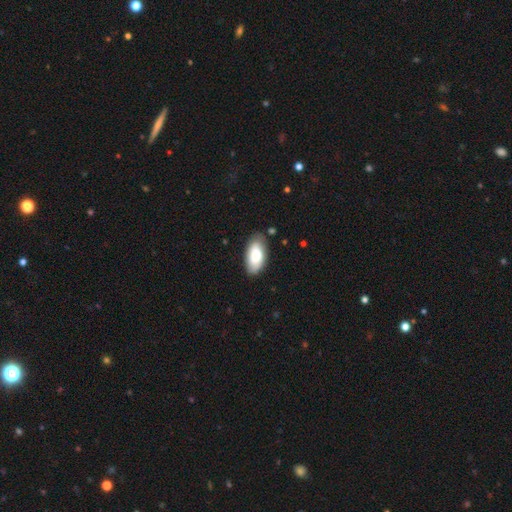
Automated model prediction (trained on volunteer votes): This is likely a smooth galaxy (74%). How rounded: clearly in between (94%). Merging: likely none (76%).